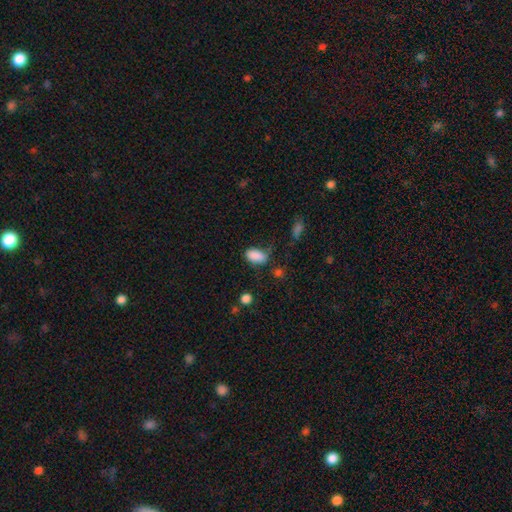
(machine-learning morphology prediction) A smooth galaxy with no disk features (87%) that is in between round and cigar-shaped (92%). Merging: none (67%).